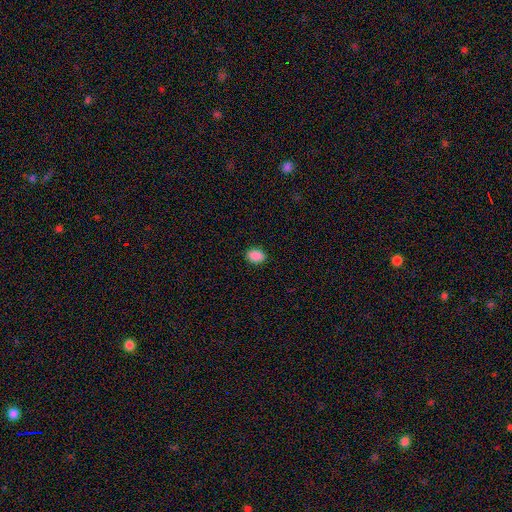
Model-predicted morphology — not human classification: Q: Smooth or featured?
A: smooth (90%); runner-up: star or artifact (8%)
Q: How rounded?
A: in between (77%); runner-up: round (22%)
Q: Merging?
A: none (89%); runner-up: minor disturbance (8%)